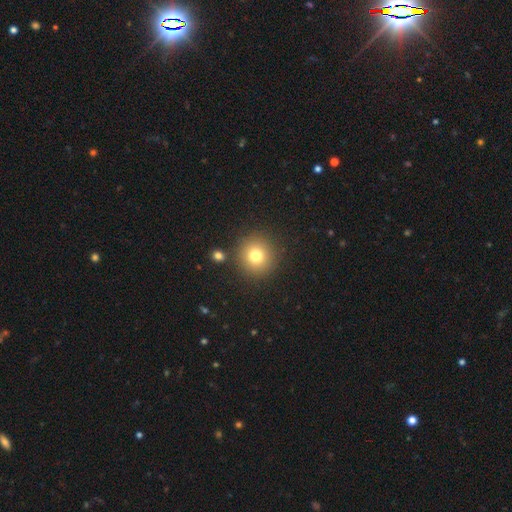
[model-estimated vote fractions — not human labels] This appears to be a smooth galaxy with no disk features (77%) that is round (94%). Merging: none (87%).